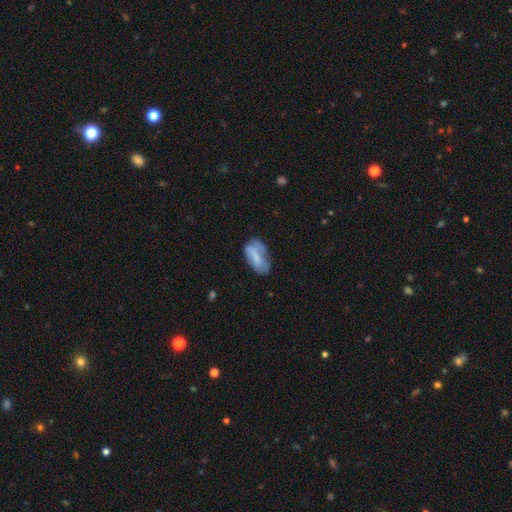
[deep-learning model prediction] Smooth or featured: smooth — 63% (featured or disk — 28%)
How rounded: in between — 92% (cigar-shaped — 4%)
Merging: none — 51% (minor disturbance — 31%)